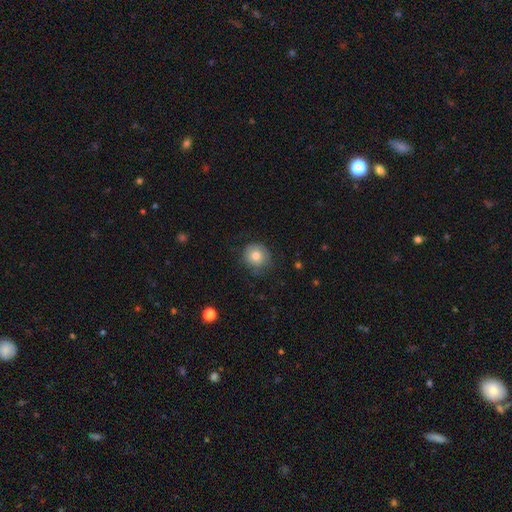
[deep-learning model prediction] Overall: smooth (75%). How rounded: round (90%). Merging: none (74%).